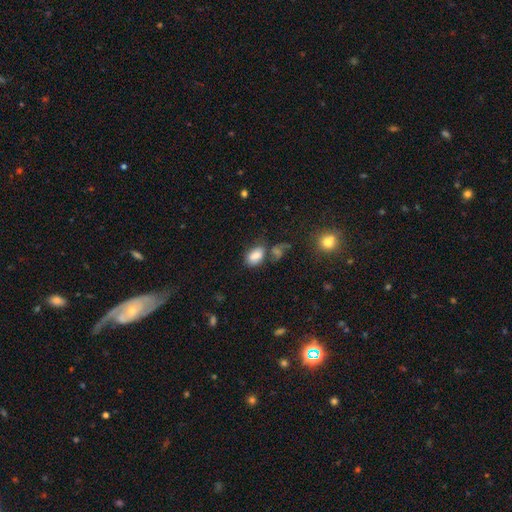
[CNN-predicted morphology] A smooth galaxy with no disk features (80%) that is in between round and cigar-shaped (88%). Merging: none (49%).